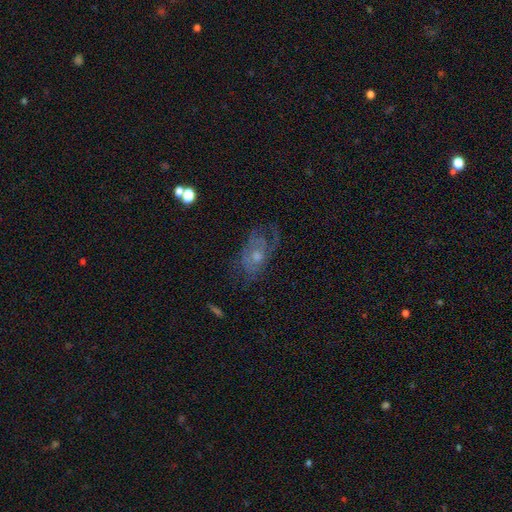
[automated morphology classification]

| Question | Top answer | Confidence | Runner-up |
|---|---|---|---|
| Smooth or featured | featured or disk | 67% | smooth (22%) |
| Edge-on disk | no | 94% | yes (6%) |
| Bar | no | 80% | weak (17%) |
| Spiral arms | yes | 73% | no (27%) |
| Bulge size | moderate | 56% | small (32%) |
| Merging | none | 55% | minor disturbance (22%) |